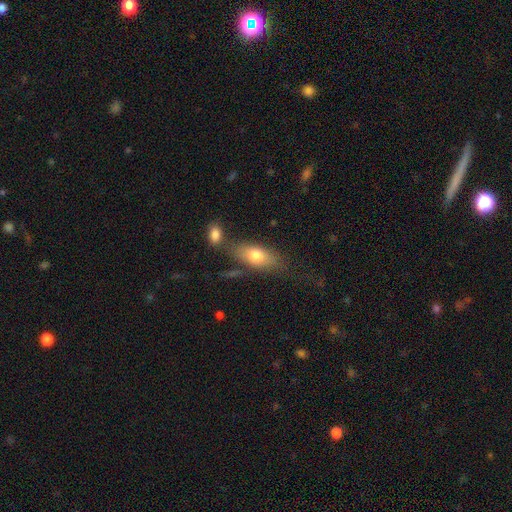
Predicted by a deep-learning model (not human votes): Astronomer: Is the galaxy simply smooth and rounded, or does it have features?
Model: smooth — 73%.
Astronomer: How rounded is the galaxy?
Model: in between — 82%.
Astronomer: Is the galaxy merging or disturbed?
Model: none — 62%.